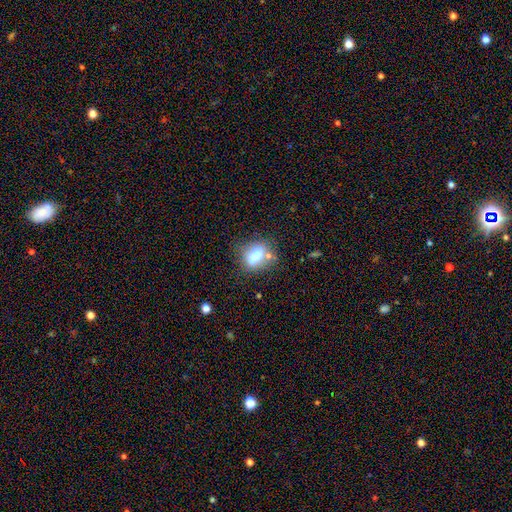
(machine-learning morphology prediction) A smooth galaxy with no disk features (69%) that is in between round and cigar-shaped (57%). Merging: none (61%).